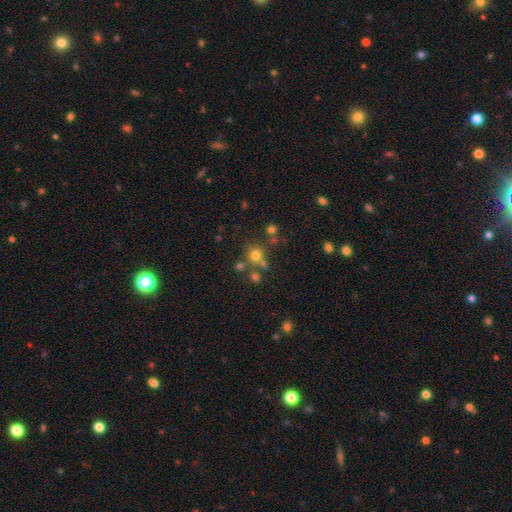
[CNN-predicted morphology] This is likely a smooth galaxy (68%). How rounded: clearly round (88%). Merging: likely none (64%).